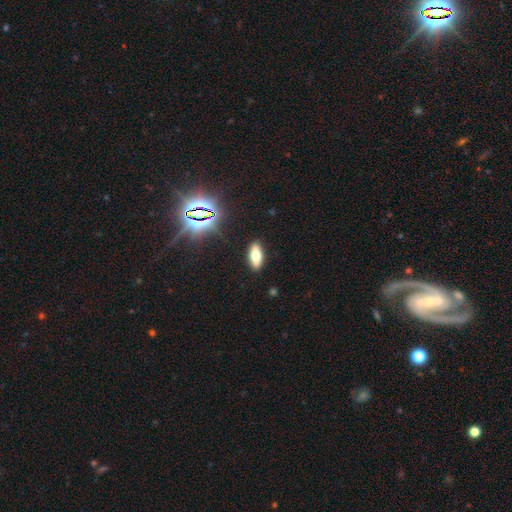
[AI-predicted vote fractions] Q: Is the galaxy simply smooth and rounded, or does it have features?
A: smooth — 65%.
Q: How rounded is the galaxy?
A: in between — 75%.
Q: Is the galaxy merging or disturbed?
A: none — 89%.